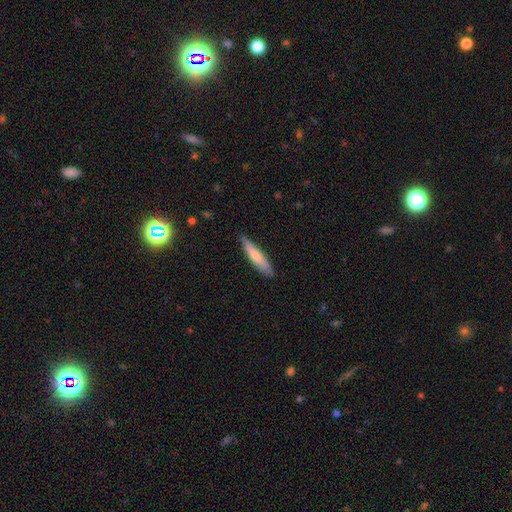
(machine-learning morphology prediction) The model was most divided on "smooth or featured": smooth: 70%, featured or disk: 25%, star or artifact: 5%. More confident: merging — none (83%); how rounded — cigar-shaped (83%).